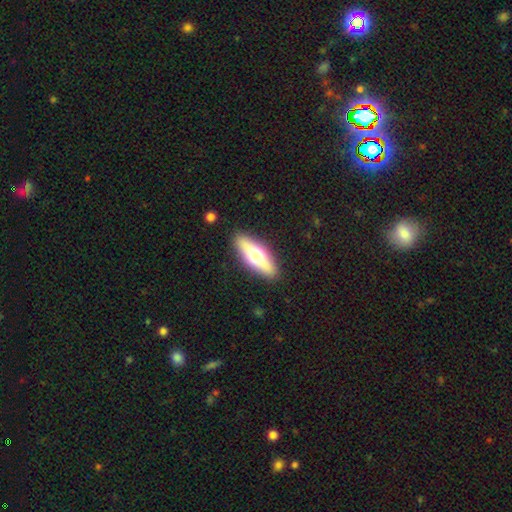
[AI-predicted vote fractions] smooth 53%, featured or disk 40%, star or artifact 7%. Down the decision tree: how rounded — in between (53%); merging — none (88%).